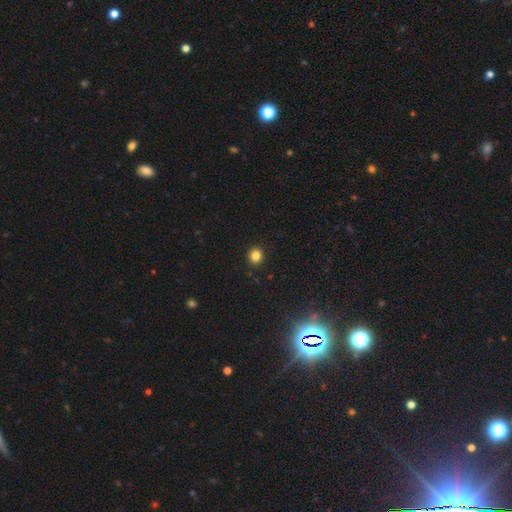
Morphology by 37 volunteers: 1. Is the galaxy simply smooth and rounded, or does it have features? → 92% smooth, 5% featured or disk, 3% star or artifact.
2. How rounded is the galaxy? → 88% round, 12% in between, 0% cigar-shaped.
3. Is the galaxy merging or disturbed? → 89% none, 8% minor disturbance, 3% merger, 0% major disturbance.